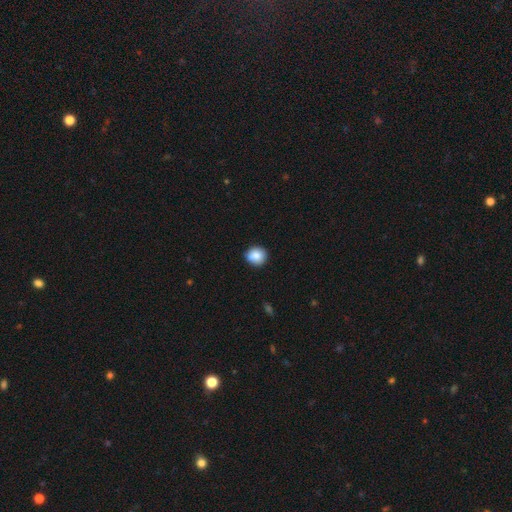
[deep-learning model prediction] The model was most divided on "how rounded": round: 87%, in between: 12%, cigar-shaped: 1%. More confident: merging — none (87%); smooth or featured — smooth (86%).